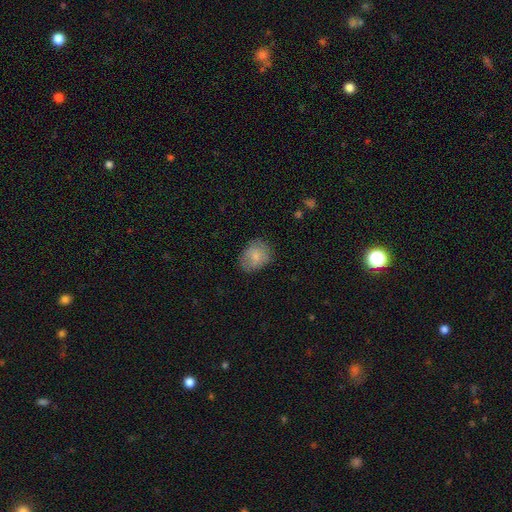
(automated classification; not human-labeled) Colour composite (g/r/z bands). It shows a smooth galaxy with no disk features (77%) that is in between round and cigar-shaped (53%). Merging: none (71%).